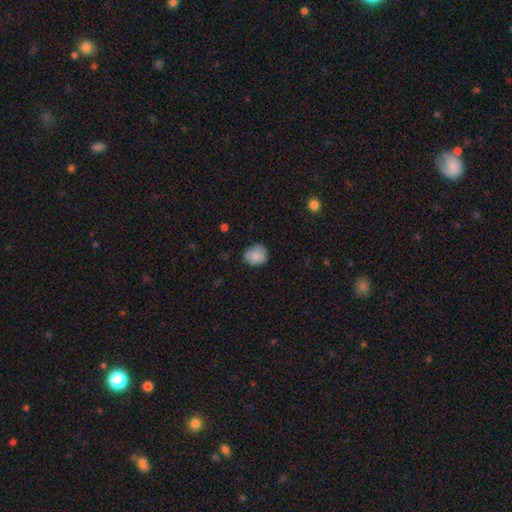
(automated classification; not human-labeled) The model was most divided on "how rounded": round: 65%, in between: 35%, cigar-shaped: 1%. More confident: smooth or featured — smooth (86%); merging — none (77%).